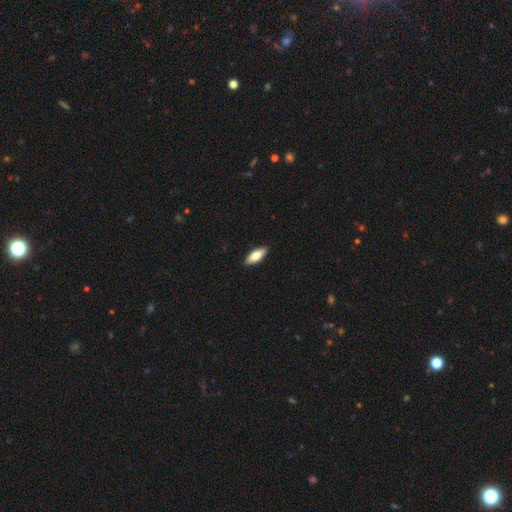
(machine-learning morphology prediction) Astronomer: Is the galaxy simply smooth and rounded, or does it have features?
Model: smooth — 77%.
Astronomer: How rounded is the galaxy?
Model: in between — 69%.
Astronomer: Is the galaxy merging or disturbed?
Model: none — 90%.